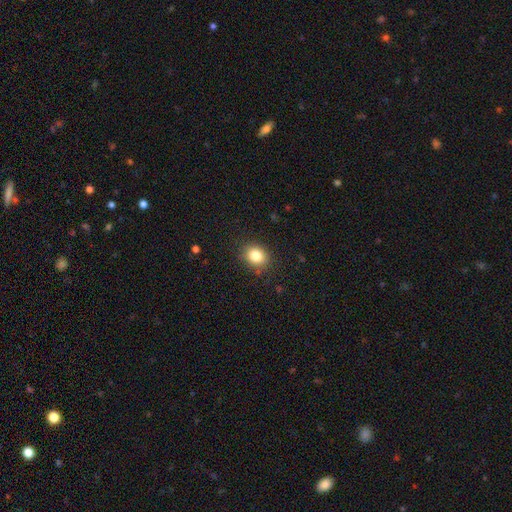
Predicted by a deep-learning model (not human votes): This appears to be a smooth galaxy with no disk features (83%) that is round (60%). Merging: none (86%).